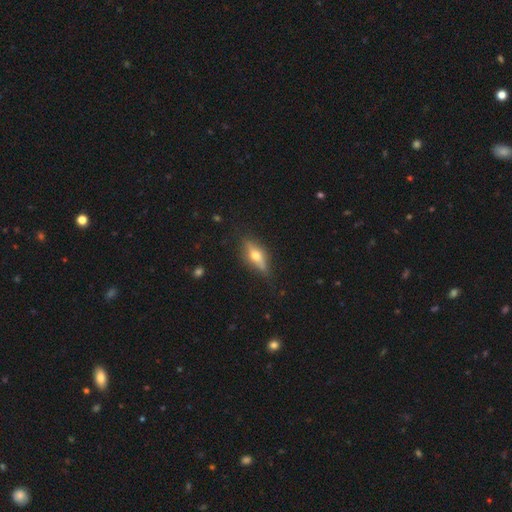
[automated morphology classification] type=featured or disk (55%); edge-on=yes (89%); merging=none (82%).